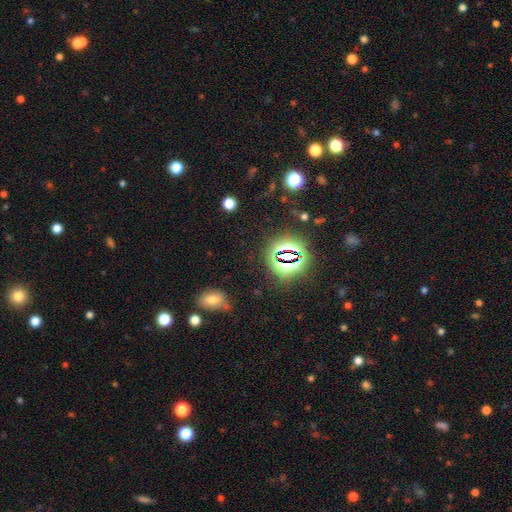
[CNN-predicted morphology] type=star or artifact (69%).